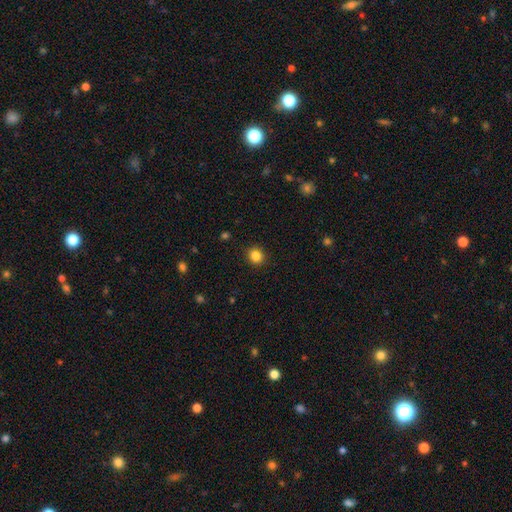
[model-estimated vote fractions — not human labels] Q: Smooth or featured?
A: smooth (85%); runner-up: star or artifact (11%)
Q: How rounded?
A: round (83%); runner-up: in between (16%)
Q: Merging?
A: none (91%); runner-up: minor disturbance (6%)